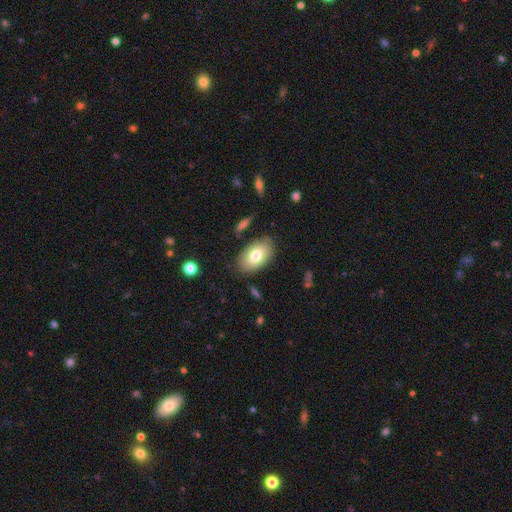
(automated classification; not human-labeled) Smooth or featured? Predicted: smooth (p=0.76). How rounded? Predicted: in between (p=0.93). Merging? Predicted: none (p=0.82).